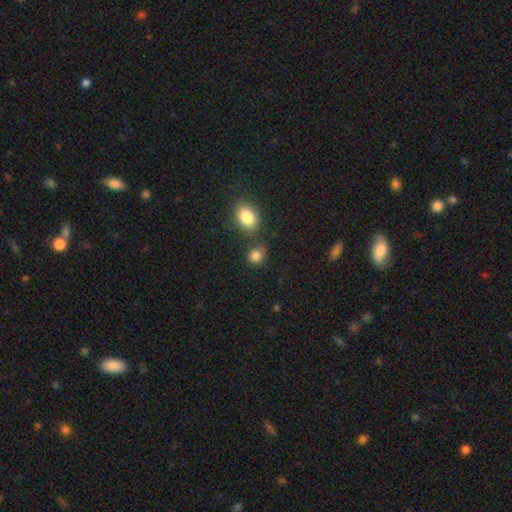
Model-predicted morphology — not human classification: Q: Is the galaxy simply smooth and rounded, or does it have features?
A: smooth — 83%.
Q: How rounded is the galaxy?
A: round — 72%.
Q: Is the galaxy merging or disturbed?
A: none — 66%.